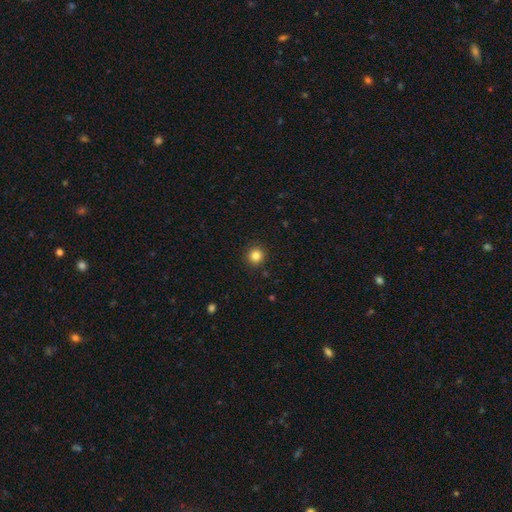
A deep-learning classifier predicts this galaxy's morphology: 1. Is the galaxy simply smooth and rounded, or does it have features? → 84% smooth, 12% star or artifact, 4% featured or disk.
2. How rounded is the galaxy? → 94% round, 5% in between, 1% cigar-shaped.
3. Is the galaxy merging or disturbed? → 92% none, 5% minor disturbance, 2% major disturbance, 1% merger.